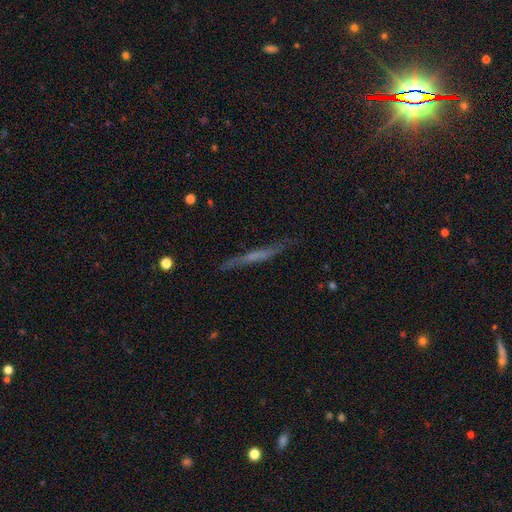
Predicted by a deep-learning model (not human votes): smooth-or-featured: featured or disk: 54% | smooth: 38% | star or artifact: 8%
  disk-edge-on: yes: 92% | no: 8%
  merging: none: 82% | minor disturbance: 13% | major disturbance: 3% | merger: 2%